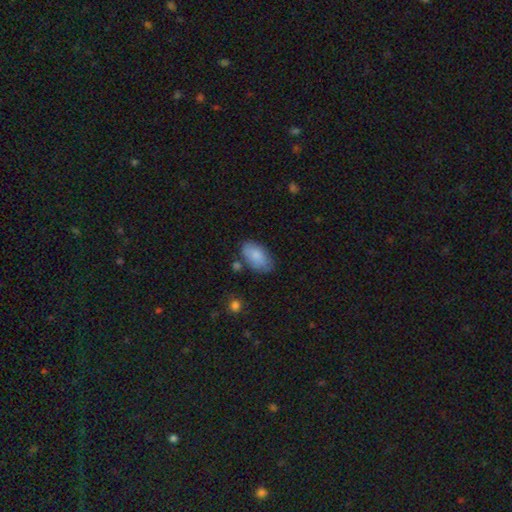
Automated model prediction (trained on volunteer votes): Smooth or featured: smooth — 82% (featured or disk — 12%)
How rounded: in between — 94% (round — 4%)
Merging: none — 71% (minor disturbance — 19%)